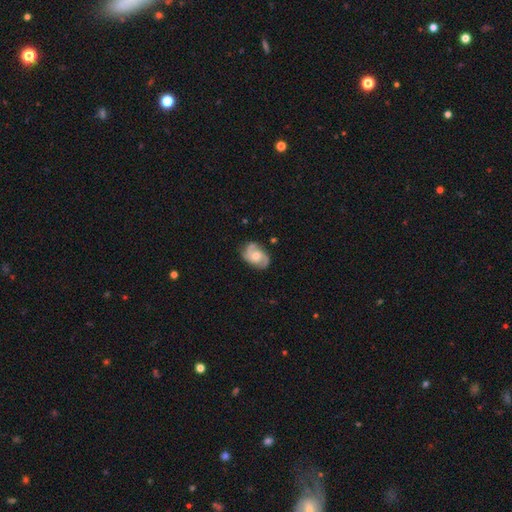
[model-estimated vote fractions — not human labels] The model was most divided on "spiral arm count": 2: 48%, 3: 36%, can't tell: 7%, 4: 4%, 1: 3%, more than 4: 3%. More confident: edge-on disk — no (98%); spiral arms — yes (97%); smooth or featured — featured or disk (82%); merging — none (77%); bar — no (69%); bulge size — moderate (64%); spiral winding — medium (50%).